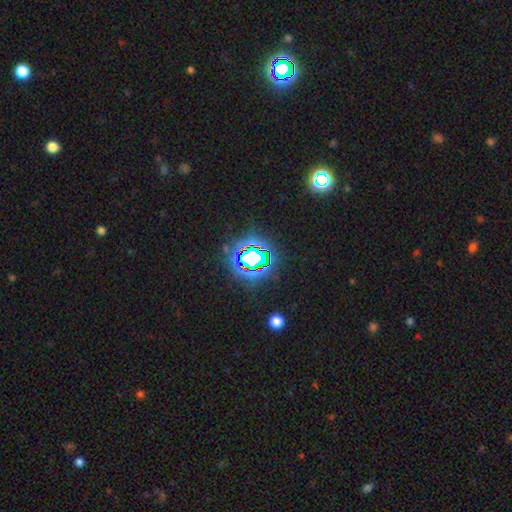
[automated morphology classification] smooth_or_featured: star or artifact (p=0.72) [alt: smooth p=0.17]